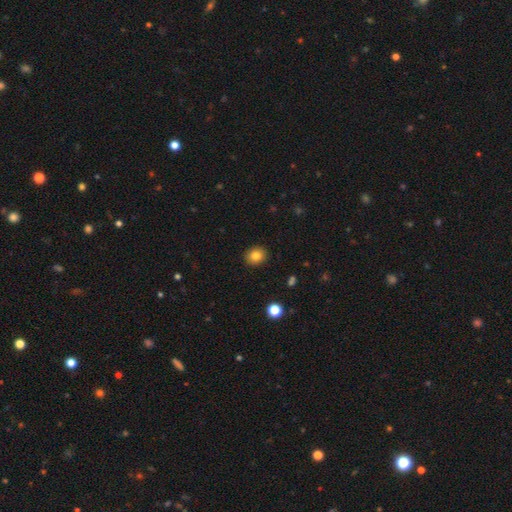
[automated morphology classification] This is clearly a smooth galaxy (83%). How rounded: likely round (72%). Merging: clearly none (90%).